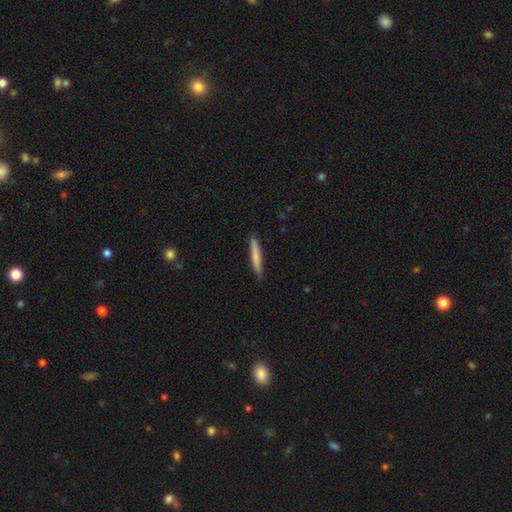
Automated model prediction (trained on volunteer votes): smooth_or_featured: smooth (p=0.74) [alt: featured or disk p=0.21]
how_rounded: cigar-shaped (p=0.95) [alt: in between p=0.04]
merging: none (p=0.89) [alt: minor disturbance p=0.08]